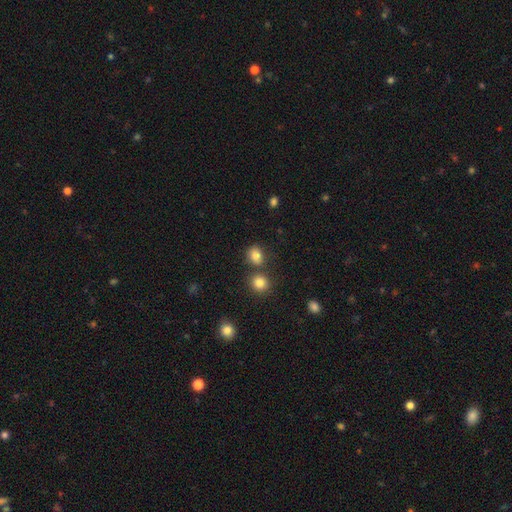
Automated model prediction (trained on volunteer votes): Smooth or featured? smooth (82%)
How rounded? round (55%)
Merging? none (67%)